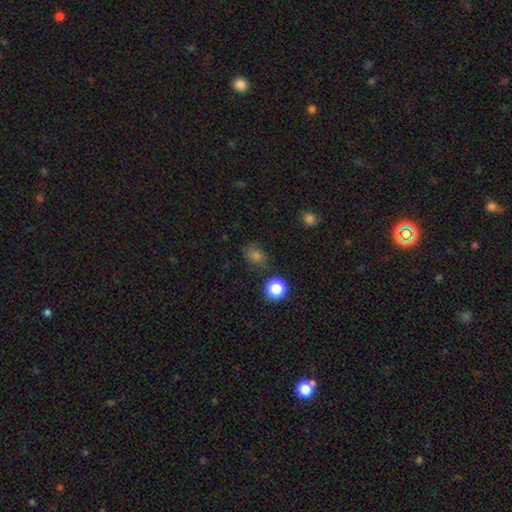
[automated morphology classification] Smooth or featured?
  - smooth: 67% *
  - star or artifact: 25%
  - featured or disk: 8%
How rounded?
  - in between: 50% *
  - round: 48%
  - cigar-shaped: 1%
Merging?
  - none: 77% *
  - minor disturbance: 15%
  - major disturbance: 5%
  - merger: 3%